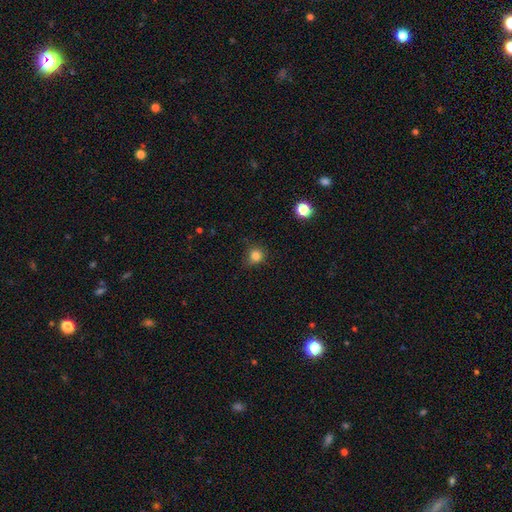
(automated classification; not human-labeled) smooth-or-featured: smooth: 83% | star or artifact: 13% | featured or disk: 4%
  how-rounded: round: 87% | in between: 12% | cigar-shaped: 1%
  merging: none: 77% | minor disturbance: 18% | major disturbance: 4% | merger: 1%